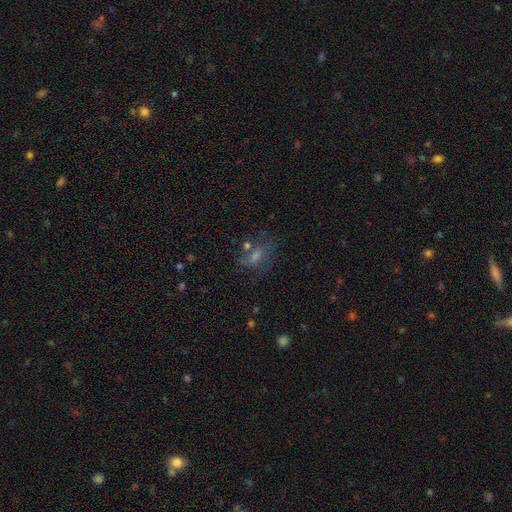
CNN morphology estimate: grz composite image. It shows a smooth galaxy with no disk features (41%). Merging: none (57%).